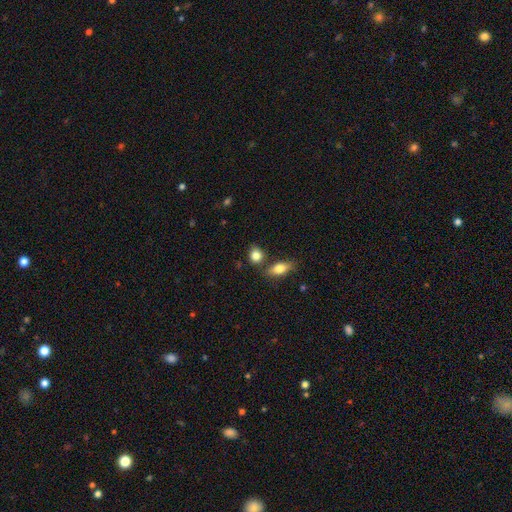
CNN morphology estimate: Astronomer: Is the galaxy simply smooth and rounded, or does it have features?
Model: smooth — 85%.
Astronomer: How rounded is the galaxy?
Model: round — 52% (runner-up: in between, 45%).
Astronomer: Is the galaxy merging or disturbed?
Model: none — 67%.